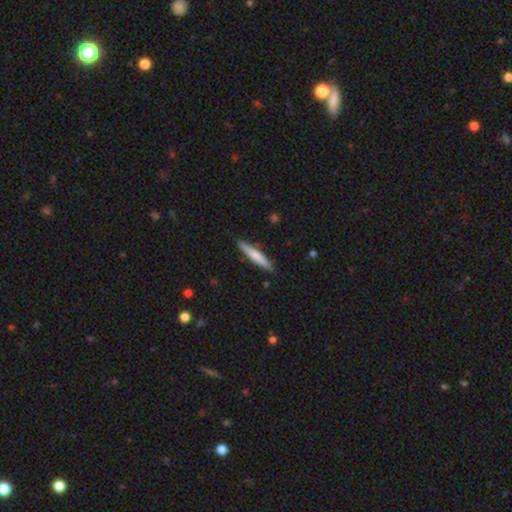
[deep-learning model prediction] A smooth galaxy with no disk features (66%) that is cigar-shaped (93%).

Vote fractions:
- Smooth or featured? smooth: 66% / featured or disk: 29% / star or artifact: 5%
- How rounded? cigar-shaped: 93% / in between: 6% / round: 1%
- Merging? none: 88% / minor disturbance: 9% / major disturbance: 2% / merger: 1%